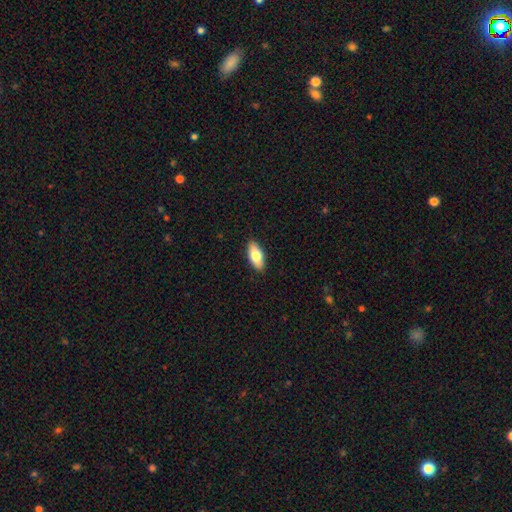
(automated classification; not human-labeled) This appears to be a smooth galaxy with no disk features (75%) that is in between round and cigar-shaped (85%). Merging: none (90%).